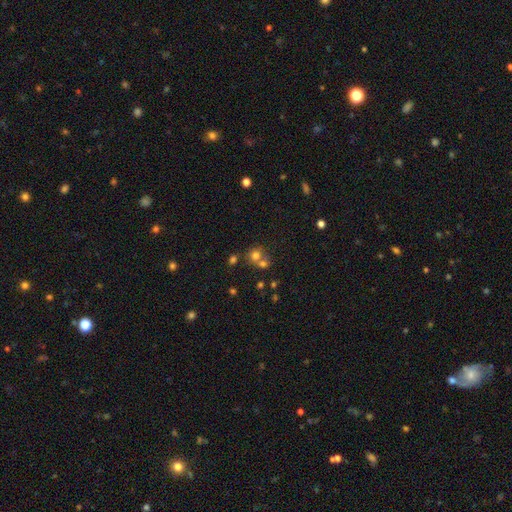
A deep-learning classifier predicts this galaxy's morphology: type=smooth (71%); roundness=round (80%); merging=none (46%).